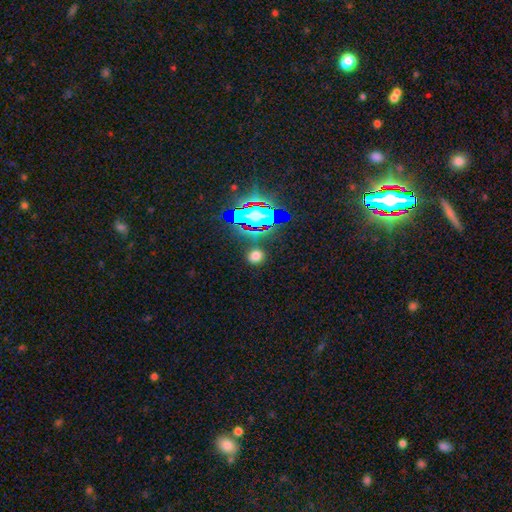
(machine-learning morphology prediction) Q: Smooth or featured?
A: smooth (68%); runner-up: star or artifact (25%)
Q: How rounded?
A: round (79%); runner-up: in between (19%)
Q: Merging?
A: none (86%); runner-up: minor disturbance (8%)